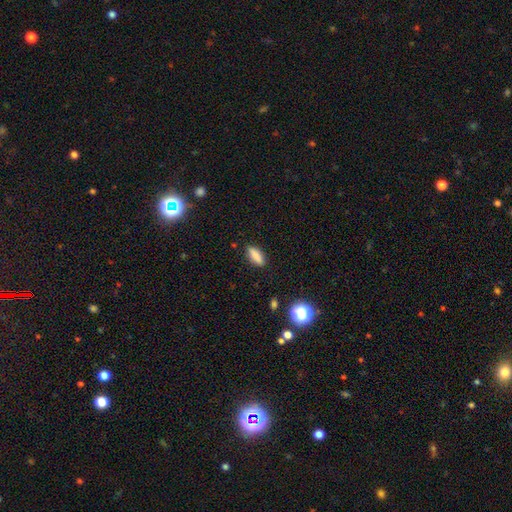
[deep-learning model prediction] smooth-or-featured: smooth: 84% | star or artifact: 9% | featured or disk: 8%
  how-rounded: in between: 71% | cigar-shaped: 26% | round: 3%
  merging: none: 87% | minor disturbance: 9% | major disturbance: 2% | merger: 1%